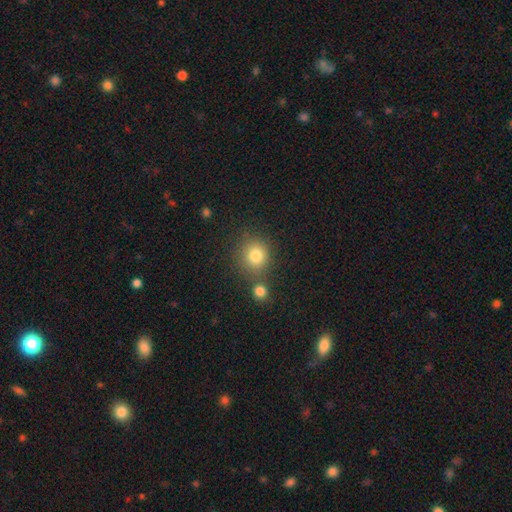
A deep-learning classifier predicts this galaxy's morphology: A smooth galaxy with no disk features (80%) that is round (87%). Merging: none (71%).